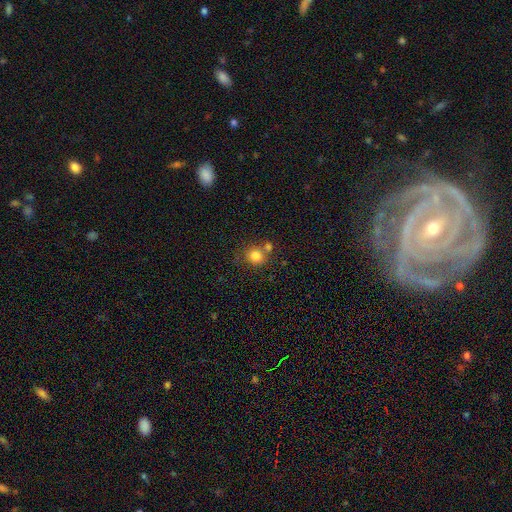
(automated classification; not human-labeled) smooth-or-featured: smooth: 81% | star or artifact: 11% | featured or disk: 8%
  how-rounded: round: 83% | in between: 16% | cigar-shaped: 1%
  merging: none: 60% | merger: 26% | minor disturbance: 11% | major disturbance: 4%